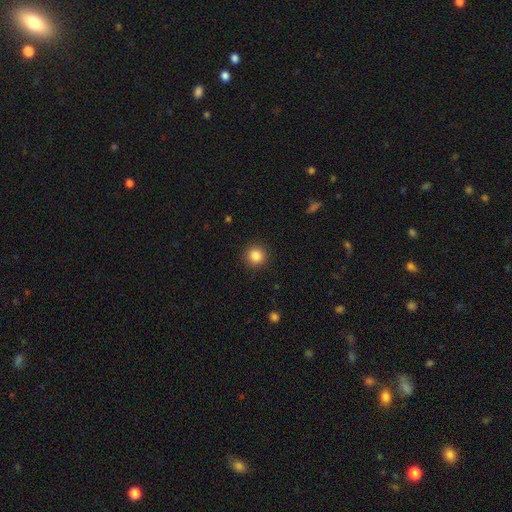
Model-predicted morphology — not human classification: smooth_or_featured: smooth (p=0.85) [alt: star or artifact p=0.11]
how_rounded: round (p=0.94) [alt: in between p=0.05]
merging: none (p=0.92) [alt: minor disturbance p=0.05]